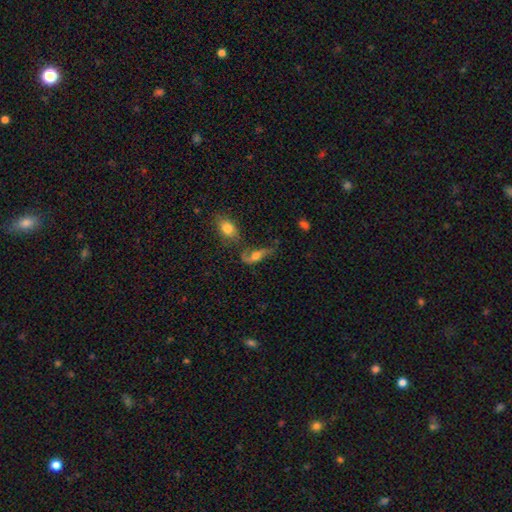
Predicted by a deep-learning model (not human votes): Overall: featured or disk (52%; smooth 38%). Edge-on disk: no (74%). Merging: none (40%; minor disturbance 23%).